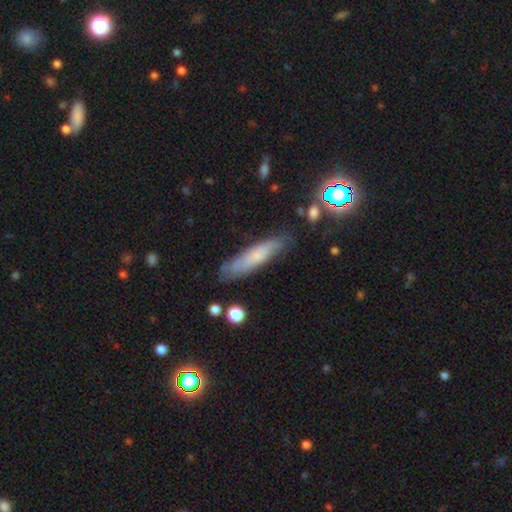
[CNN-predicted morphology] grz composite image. It shows a smooth galaxy with no disk features (61%) that is cigar-shaped (77%). Merging: none (76%).